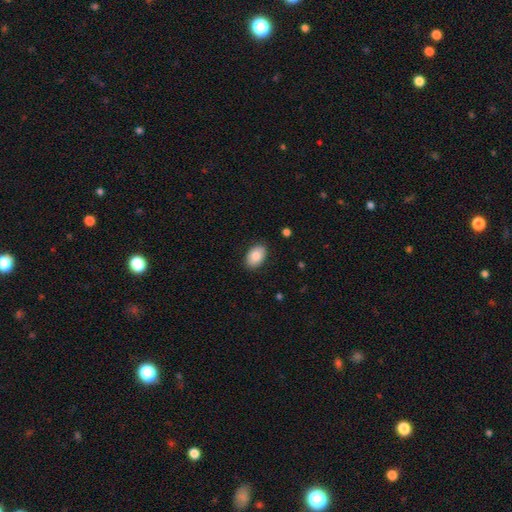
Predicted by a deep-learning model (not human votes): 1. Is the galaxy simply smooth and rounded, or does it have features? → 85% smooth, 9% featured or disk, 7% star or artifact.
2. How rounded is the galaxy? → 88% in between, 11% round, 1% cigar-shaped.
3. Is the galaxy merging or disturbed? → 88% none, 9% minor disturbance, 2% major disturbance, 1% merger.